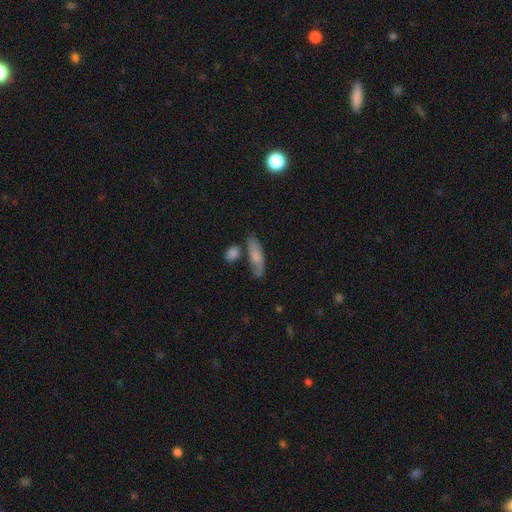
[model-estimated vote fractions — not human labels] Smooth or featured: smooth — 70% (featured or disk — 22%)
How rounded: in between — 49% (cigar-shaped — 48%)
Merging: none — 63% (minor disturbance — 20%)